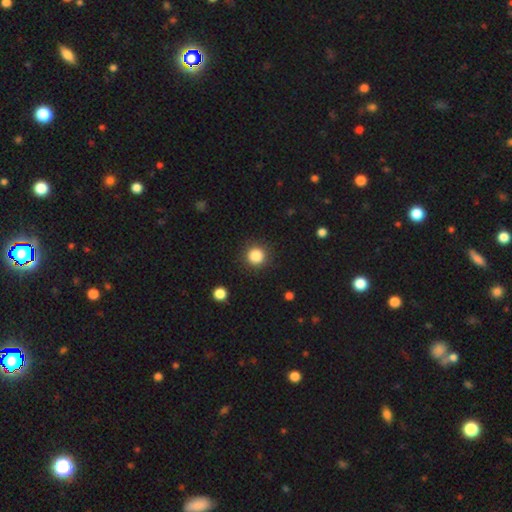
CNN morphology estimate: type=smooth (84%); roundness=round (95%); merging=none (90%).